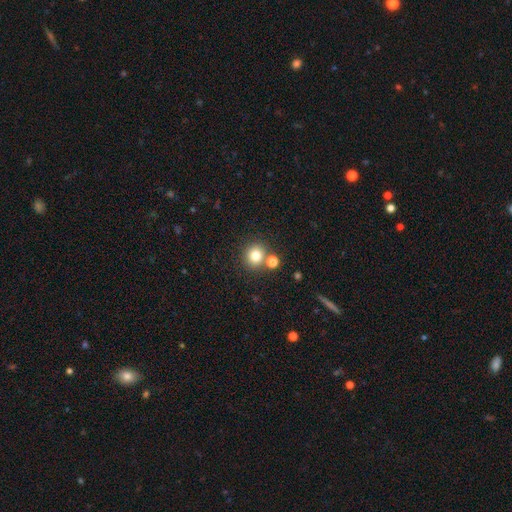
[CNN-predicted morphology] smooth-or-featured: smooth: 79% | star or artifact: 13% | featured or disk: 8%
  how-rounded: round: 89% | in between: 10% | cigar-shaped: 1%
  merging: none: 73% | merger: 16% | minor disturbance: 8% | major disturbance: 3%